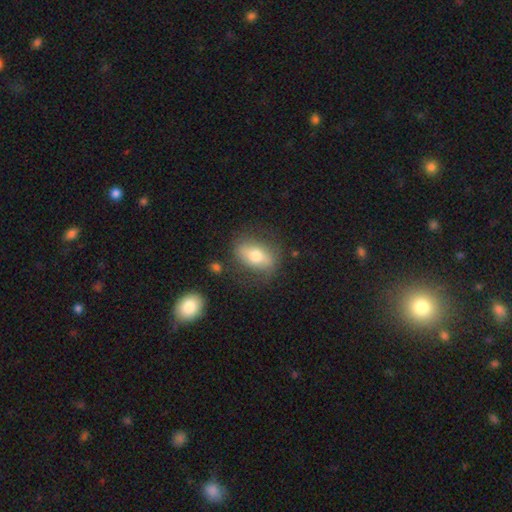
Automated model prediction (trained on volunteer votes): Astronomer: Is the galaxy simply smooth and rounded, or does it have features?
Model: smooth — 55% (runner-up: featured or disk, 39%).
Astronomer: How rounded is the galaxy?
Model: in between — 79%.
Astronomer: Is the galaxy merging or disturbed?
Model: none — 73%.